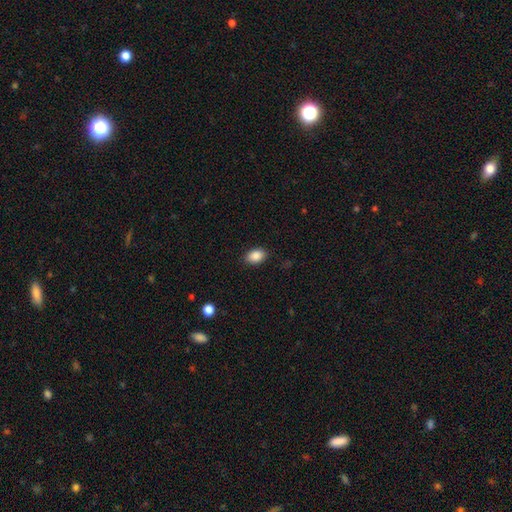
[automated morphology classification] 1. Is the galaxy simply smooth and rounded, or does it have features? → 88% smooth, 8% star or artifact, 4% featured or disk.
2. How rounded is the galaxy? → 81% in between, 18% round, 1% cigar-shaped.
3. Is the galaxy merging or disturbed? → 88% none, 9% minor disturbance, 2% major disturbance, 1% merger.